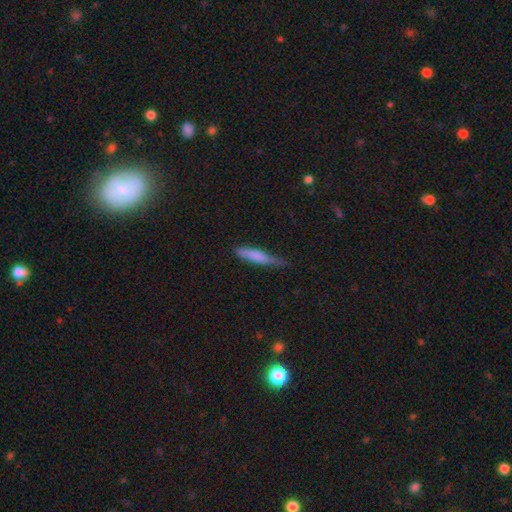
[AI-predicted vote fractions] A smooth galaxy with no disk features (75%) that is cigar-shaped (84%). Merging: none (54%).